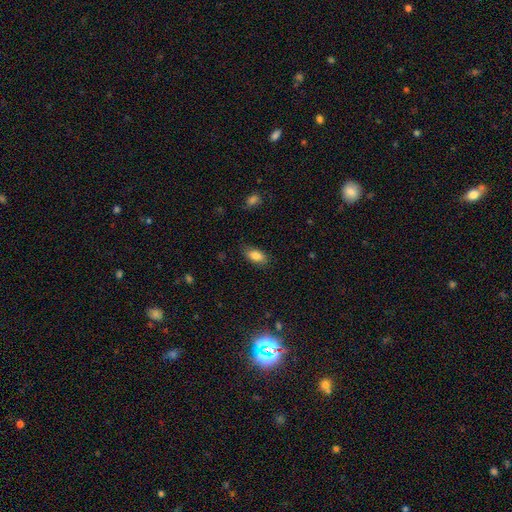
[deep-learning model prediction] A smooth galaxy with no disk features (85%) that is in between round and cigar-shaped (90%). Merging: none (83%).